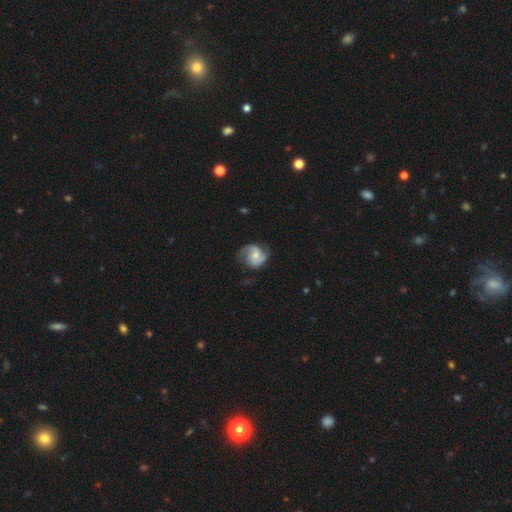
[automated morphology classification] Smooth or featured? featured or disk (73%)
Edge-on disk? no (98%)
Bar? no (63%)
Spiral arms? yes (94%)
Spiral winding? medium (47%)
Spiral arm count? 2 (77%)
Bulge size? moderate (48%)
Merging? none (62%)